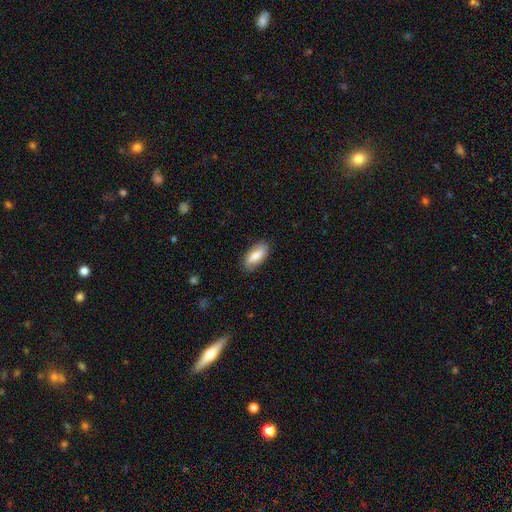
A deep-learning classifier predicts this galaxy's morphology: A smooth galaxy with no disk features (84%) that is in between round and cigar-shaped (88%).

Vote fractions:
- Smooth or featured? smooth: 84% / featured or disk: 11% / star or artifact: 6%
- How rounded? in between: 88% / cigar-shaped: 10% / round: 2%
- Merging? none: 85% / minor disturbance: 12% / major disturbance: 2% / merger: 1%